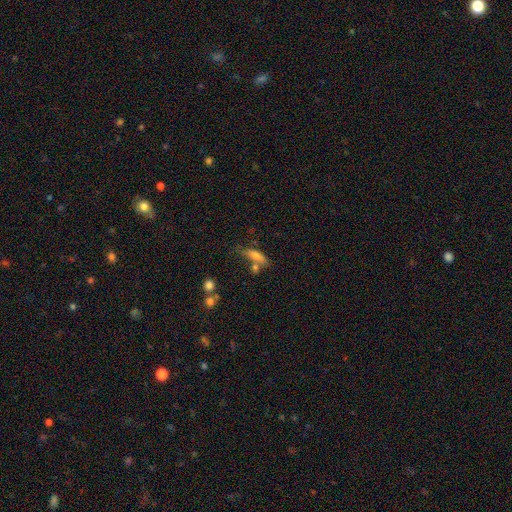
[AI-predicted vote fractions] Smooth or featured? Predicted: smooth (p=0.63). How rounded? Predicted: cigar-shaped (p=0.54). Merging? Predicted: none (p=0.47).